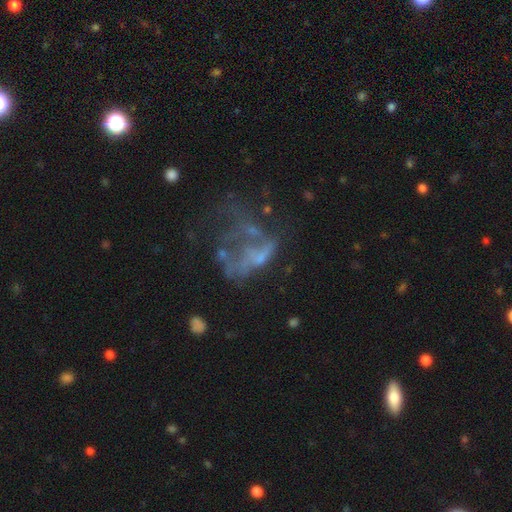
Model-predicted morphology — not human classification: The model was most divided on "merging": major disturbance: 46%, none: 23%, merger: 19%, minor disturbance: 12%. More confident: edge-on disk — no (97%); spiral arms — no (88%); bar — no (88%); bulge size — none (68%); smooth or featured — featured or disk (58%).